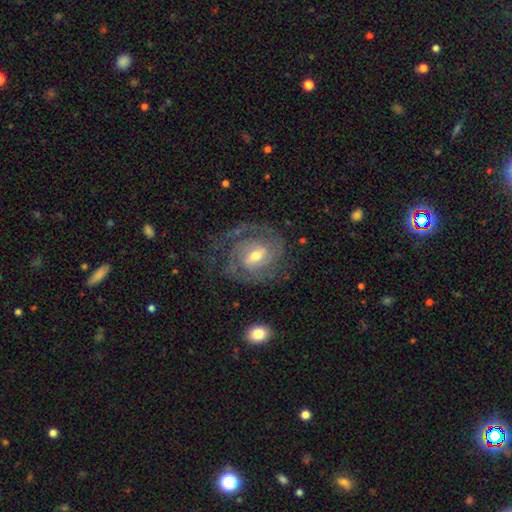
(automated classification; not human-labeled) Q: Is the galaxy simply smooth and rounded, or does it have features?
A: featured or disk — 87%.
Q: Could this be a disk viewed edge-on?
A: no — 97%.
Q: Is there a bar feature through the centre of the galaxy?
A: weak — 57%.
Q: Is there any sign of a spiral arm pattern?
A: yes — 95%.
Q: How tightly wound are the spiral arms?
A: tight — 56%.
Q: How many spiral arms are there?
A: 2 — 51%.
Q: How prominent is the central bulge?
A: moderate — 59%.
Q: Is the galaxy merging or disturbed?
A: none — 65%.